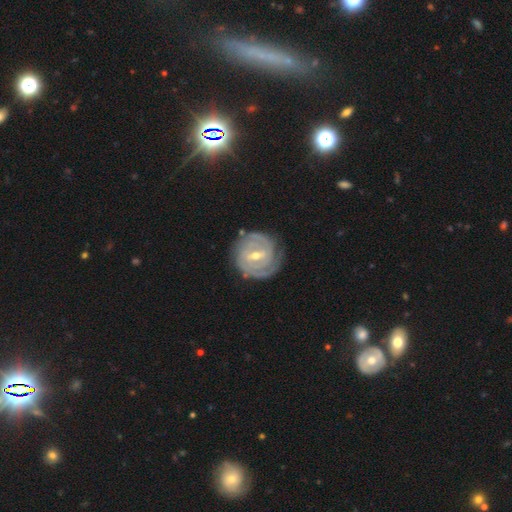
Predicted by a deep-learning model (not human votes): Smooth or featured? featured or disk (87%)
Edge-on disk? no (97%)
Bar? weak (51%)
Spiral arms? yes (95%)
Spiral winding? tight (79%)
Spiral arm count? 2 (43%)
Bulge size? moderate (55%)
Merging? none (78%)